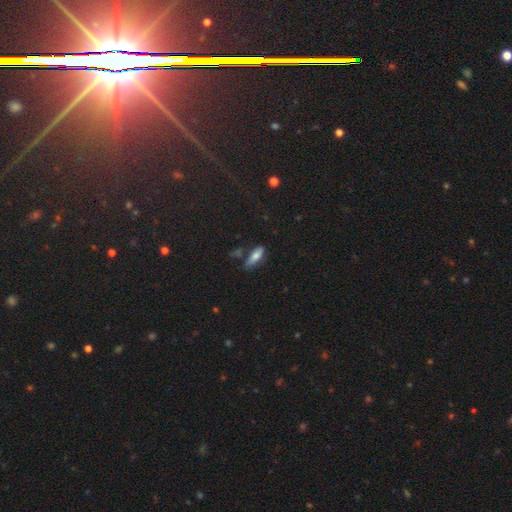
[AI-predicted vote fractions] smooth_or_featured: smooth (p=0.74) [alt: featured or disk p=0.17]
how_rounded: in between (p=0.62) [alt: cigar-shaped p=0.36]
merging: none (p=0.69) [alt: minor disturbance p=0.20]